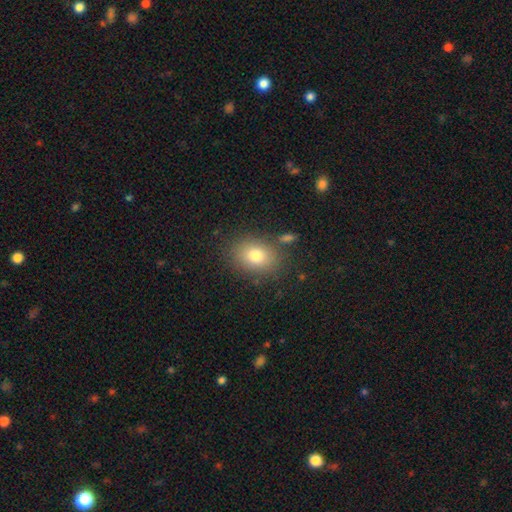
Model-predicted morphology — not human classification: Overall: smooth (78%). How rounded: in between (61%; round 38%). Merging: none (80%).